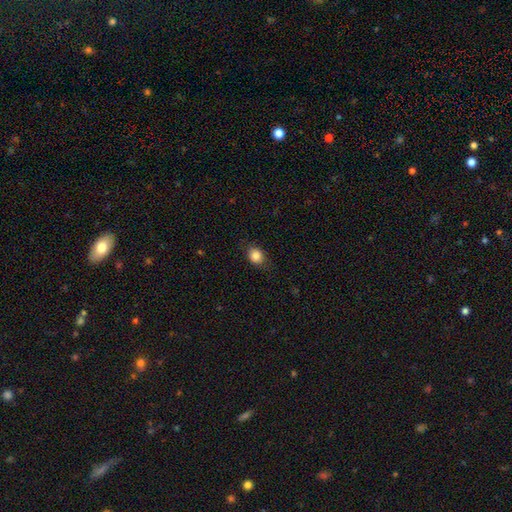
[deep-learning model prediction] Smooth or featured? smooth (85%)
How rounded? round (59%)
Merging? none (80%)